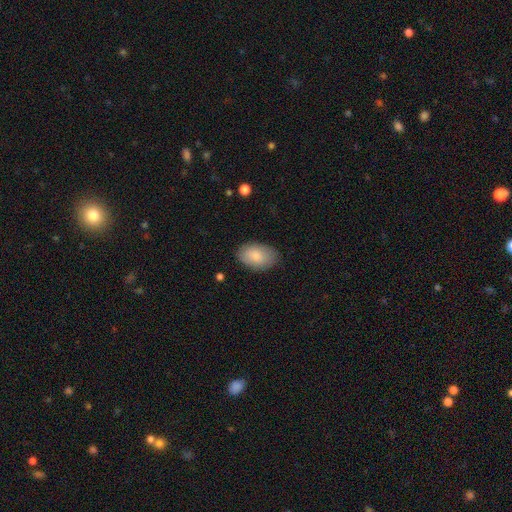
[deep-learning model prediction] Smooth or featured?
  - smooth: 83% *
  - featured or disk: 11%
  - star or artifact: 6%
How rounded?
  - in between: 90% *
  - round: 9%
  - cigar-shaped: 1%
Merging?
  - none: 83% *
  - minor disturbance: 13%
  - major disturbance: 3%
  - merger: 1%